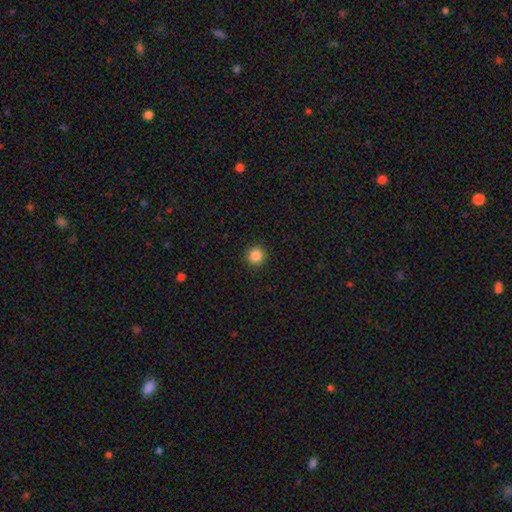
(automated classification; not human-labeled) A smooth galaxy with no disk features (85%) that is round (94%). Merging: none (93%).